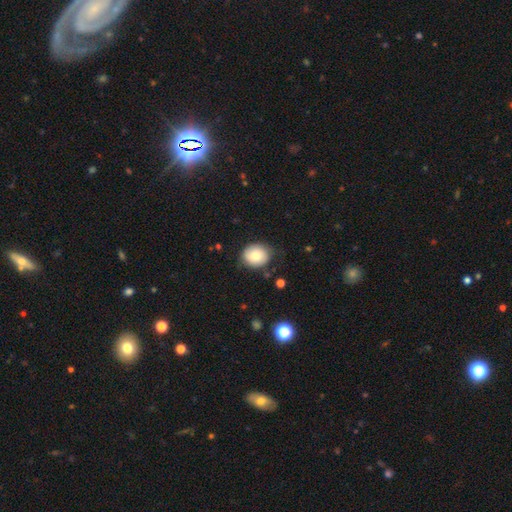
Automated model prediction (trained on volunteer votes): Smooth or featured?
  - smooth: 80% *
  - featured or disk: 13%
  - star or artifact: 8%
How rounded?
  - round: 67% *
  - in between: 32%
  - cigar-shaped: 1%
Merging?
  - none: 75% *
  - minor disturbance: 19%
  - major disturbance: 4%
  - merger: 2%